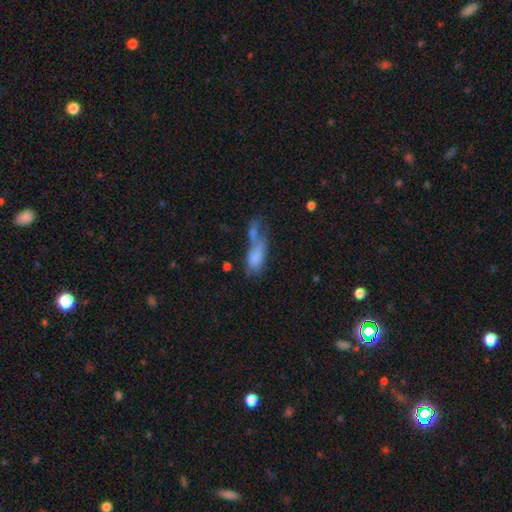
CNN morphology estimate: Smooth or featured? Predicted: smooth (p=0.70). How rounded? Predicted: in between (p=0.79). Merging? Predicted: merger (p=0.45).